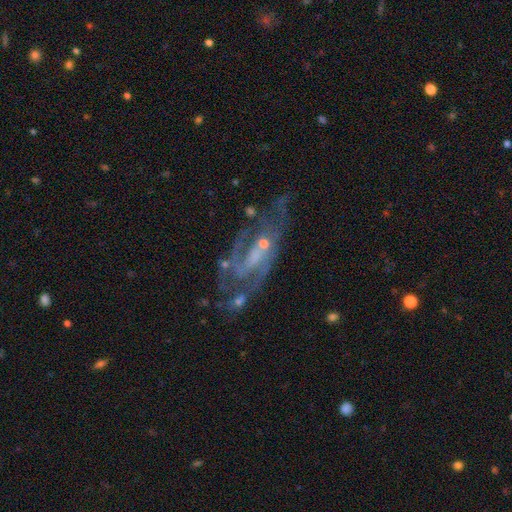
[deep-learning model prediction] featured or disk 80%, star or artifact 10%, smooth 9%. Down the decision tree: edge-on disk — no (92%); bar — no (46%); spiral arms — yes (81%); spiral arm count — 2 (42%); spiral winding — medium (47%); bulge size — small (54%); merging — none (54%).